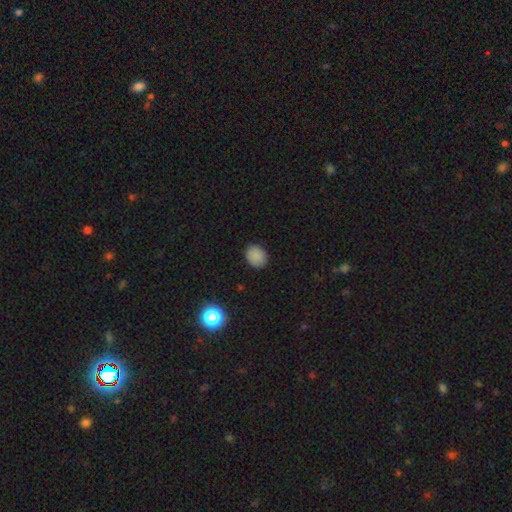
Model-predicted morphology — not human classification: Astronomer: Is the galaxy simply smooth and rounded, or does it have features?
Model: smooth — 85%.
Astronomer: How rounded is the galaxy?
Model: round — 62%.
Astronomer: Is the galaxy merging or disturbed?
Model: none — 87%.